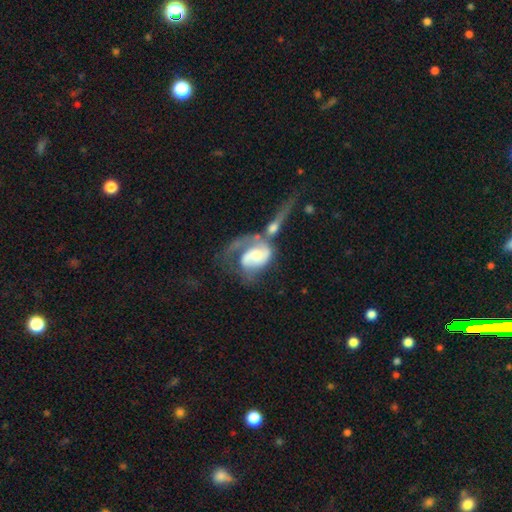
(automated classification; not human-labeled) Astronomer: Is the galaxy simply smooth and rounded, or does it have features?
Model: featured or disk — 74%.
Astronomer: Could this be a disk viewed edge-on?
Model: no — 97%.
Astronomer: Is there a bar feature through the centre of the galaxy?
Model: no — 63%.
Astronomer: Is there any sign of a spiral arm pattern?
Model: yes — 85%.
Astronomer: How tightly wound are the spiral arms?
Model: medium — 37% (runner-up: loose, 35%).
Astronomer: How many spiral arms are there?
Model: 2 — 43% (runner-up: 1, 40%).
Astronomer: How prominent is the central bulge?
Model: moderate — 50% (runner-up: small, 27%).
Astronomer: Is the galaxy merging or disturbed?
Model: merger — 44% (runner-up: major disturbance, 31%).